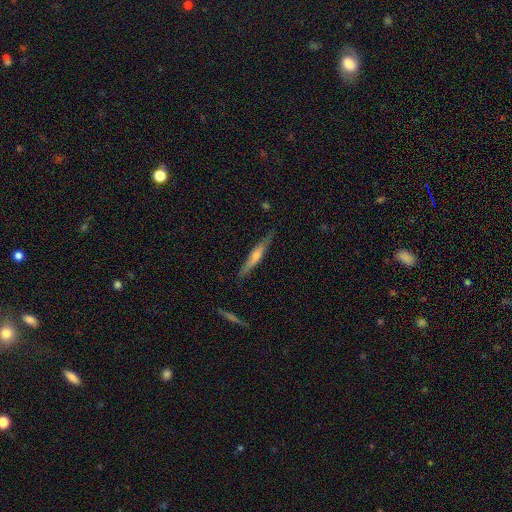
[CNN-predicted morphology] Overall: featured or disk (61%; smooth 33%). Edge-on disk: yes (96%). Edge-on bulge: rounded (76%). Merging: none (85%).